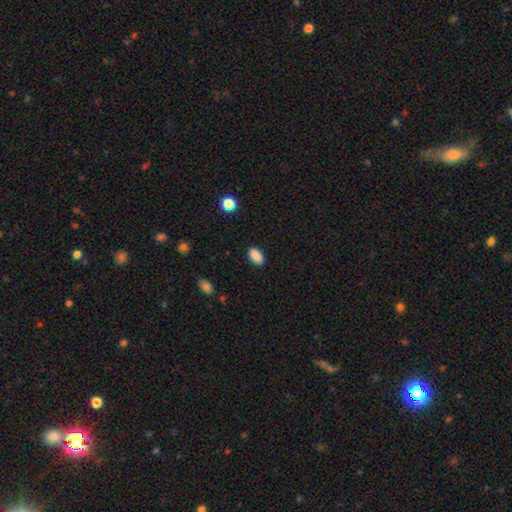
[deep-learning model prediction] The model was most divided on "merging": none: 88%, minor disturbance: 9%, major disturbance: 2%, merger: 1%. More confident: how rounded — in between (92%); smooth or featured — smooth (89%).